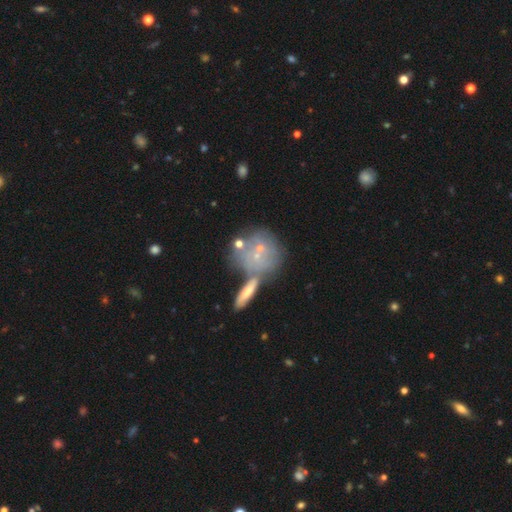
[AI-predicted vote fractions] Smooth or featured: featured or disk — 48% (smooth — 40%)
Merging: none — 43% (merger — 35%)